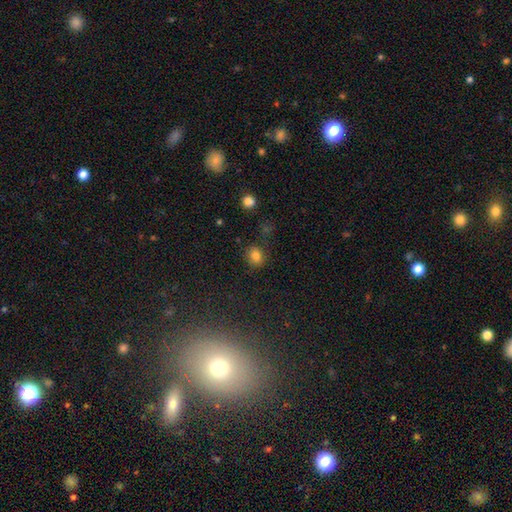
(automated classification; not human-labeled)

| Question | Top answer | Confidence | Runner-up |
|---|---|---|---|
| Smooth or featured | smooth | 80% | star or artifact (14%) |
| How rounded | round | 57% | in between (41%) |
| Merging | none | 79% | minor disturbance (13%) |